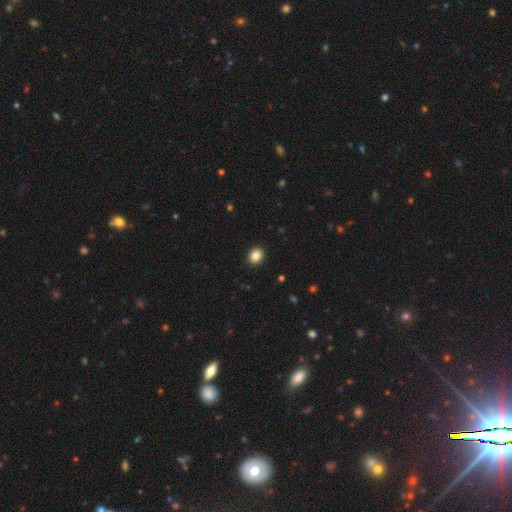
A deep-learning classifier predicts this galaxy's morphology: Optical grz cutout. It shows a smooth galaxy with no disk features (86%) that is round (57%). Merging: none (92%).